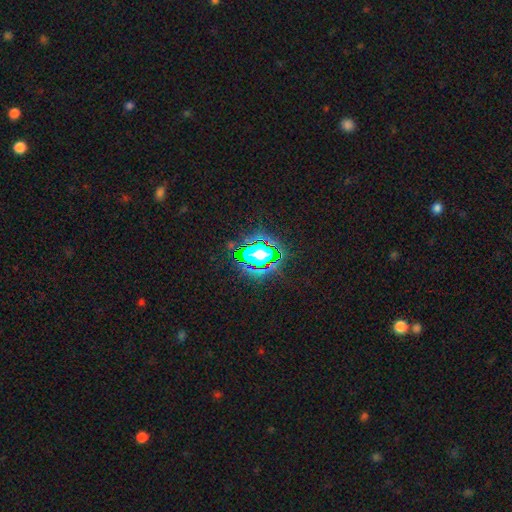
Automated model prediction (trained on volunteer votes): This is likely a star or artifact rather than a galaxy (70%).